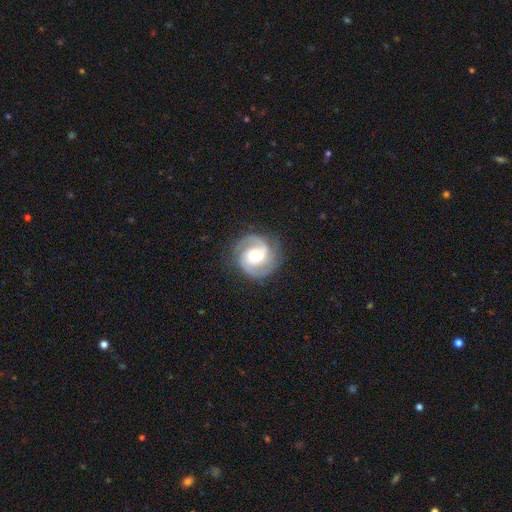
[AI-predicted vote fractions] Overall: featured or disk (88%). Edge-on disk: no (98%). Bar: weak (50%; no 30%). Spiral arms: yes (98%). Spiral arm count: 2 (83%). Spiral winding: medium (47%; tight 45%). Bulge size: moderate (49%; small 25%). Merging: none (81%).